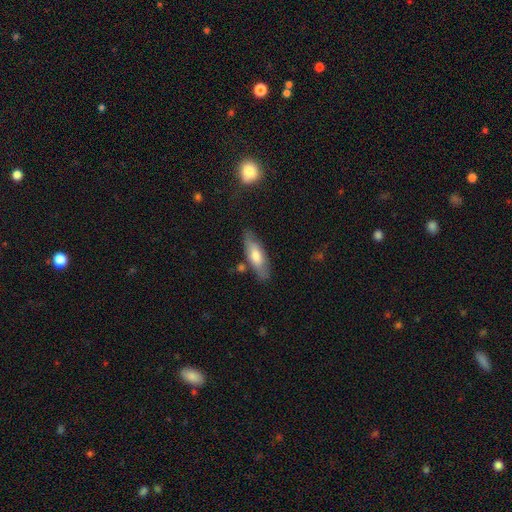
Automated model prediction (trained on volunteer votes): This appears to be a smooth galaxy with no disk features (60%) that is in between round and cigar-shaped (53%). Merging: none (76%).